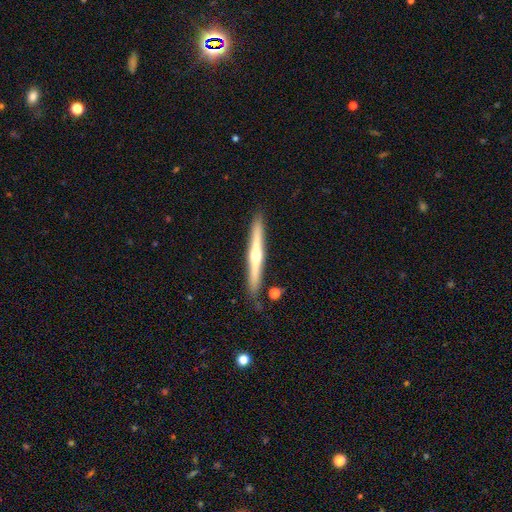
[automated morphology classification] The model was most divided on "smooth or featured": featured or disk: 68%, smooth: 27%, star or artifact: 5%. More confident: edge-on disk — yes (97%); edge-on bulge — rounded (90%); merging — none (87%).